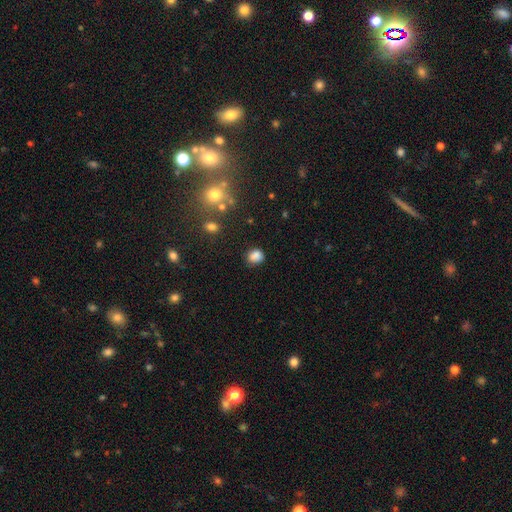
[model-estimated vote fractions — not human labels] Smooth or featured: smooth — 82% (star or artifact — 12%)
How rounded: round — 57% (in between — 42%)
Merging: none — 71% (minor disturbance — 20%)